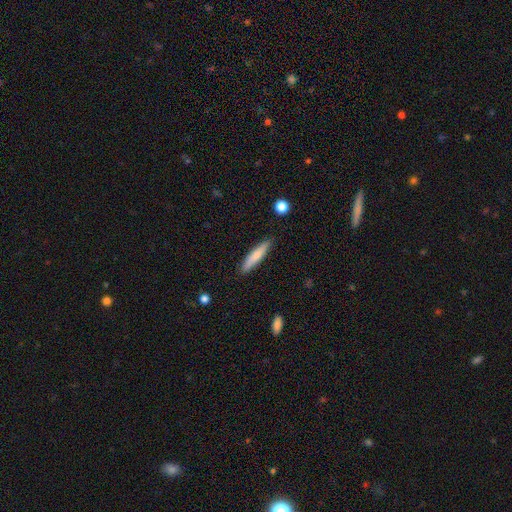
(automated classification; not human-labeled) Smooth or featured?
  - smooth: 71% *
  - featured or disk: 23%
  - star or artifact: 6%
How rounded?
  - cigar-shaped: 88% *
  - in between: 11%
  - round: 1%
Merging?
  - none: 88% *
  - minor disturbance: 9%
  - major disturbance: 2%
  - merger: 1%